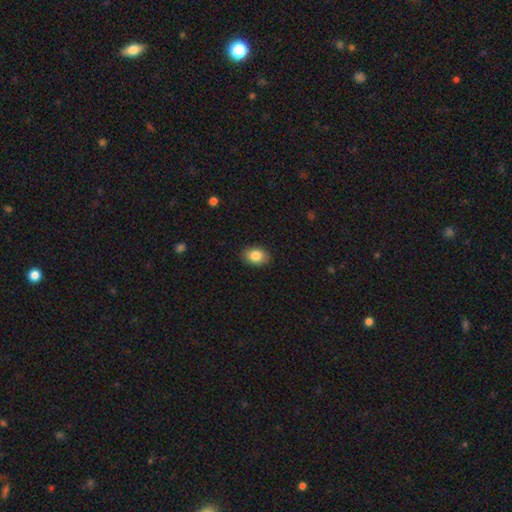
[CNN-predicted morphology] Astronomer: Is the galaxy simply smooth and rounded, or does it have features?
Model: smooth — 85%.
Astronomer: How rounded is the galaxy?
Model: in between — 78%.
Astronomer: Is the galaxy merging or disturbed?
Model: none — 88%.